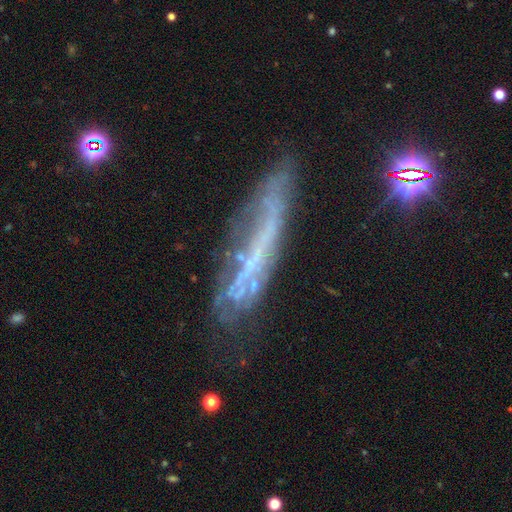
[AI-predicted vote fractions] Overall: featured or disk (63%; smooth 24%). Edge-on disk: yes (57%; no 43%). Merging: none (54%; minor disturbance 24%).